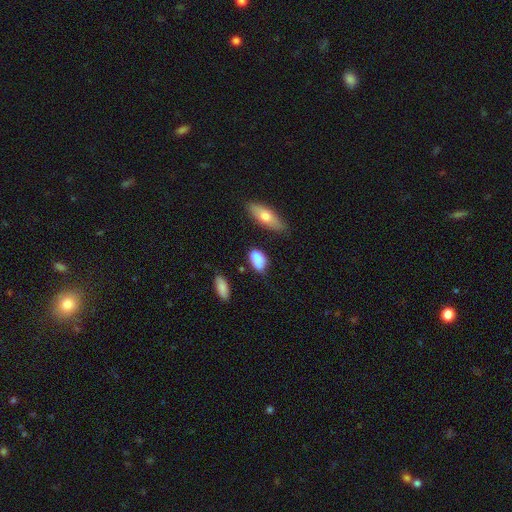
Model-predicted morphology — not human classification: The model was most divided on "merging": none: 53%, minor disturbance: 28%, merger: 11%, major disturbance: 8%. More confident: how rounded — in between (84%); smooth or featured — smooth (80%).